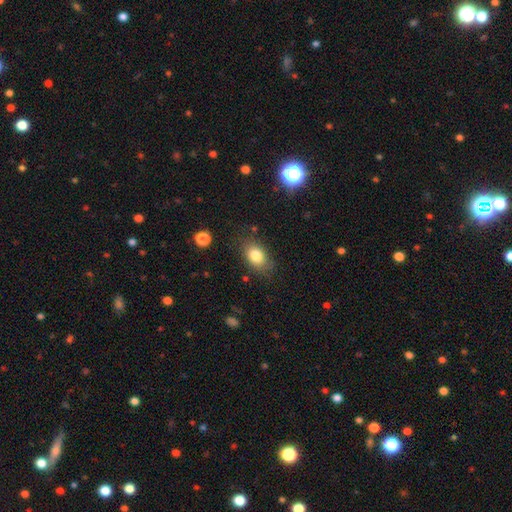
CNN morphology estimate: Smooth or featured: smooth — 81% (featured or disk — 10%)
How rounded: in between — 80% (round — 19%)
Merging: none — 78% (minor disturbance — 16%)